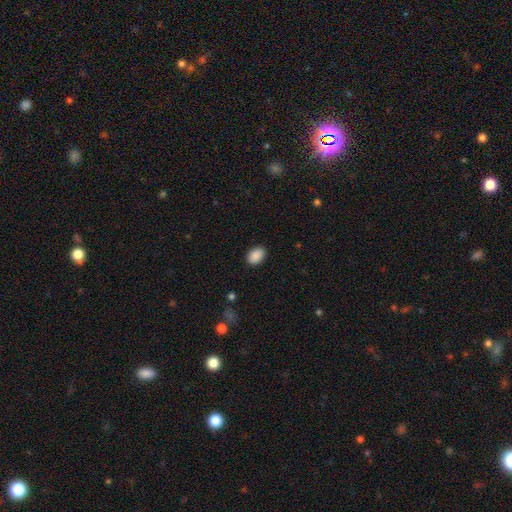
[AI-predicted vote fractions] A smooth galaxy with no disk features (89%) that is in between round and cigar-shaped (81%).

Vote fractions:
- Smooth or featured? smooth: 89% / star or artifact: 7% / featured or disk: 3%
- How rounded? in between: 81% / round: 18% / cigar-shaped: 1%
- Merging? none: 88% / minor disturbance: 9% / major disturbance: 2% / merger: 1%